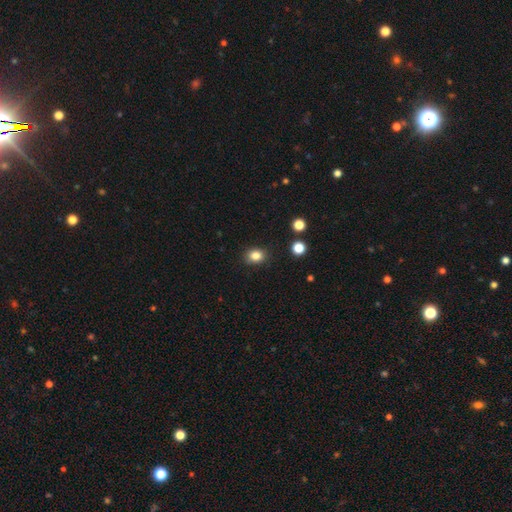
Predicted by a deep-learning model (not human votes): Smooth or featured: smooth — 84% (star or artifact — 11%)
How rounded: round — 50% (in between — 49%)
Merging: none — 86% (minor disturbance — 10%)